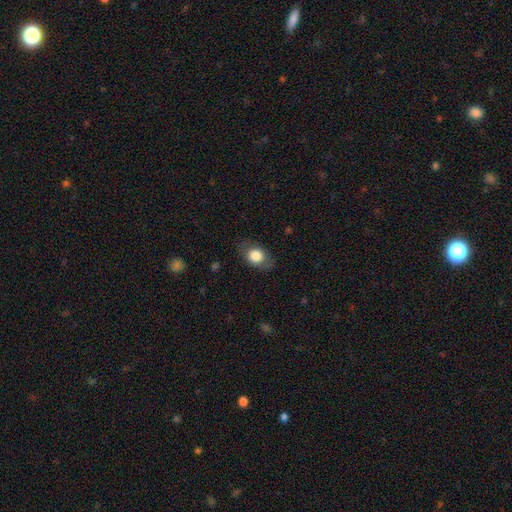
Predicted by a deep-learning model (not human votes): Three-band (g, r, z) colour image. It shows a smooth galaxy with no disk features (78%) that is in between round and cigar-shaped (67%). Merging: none (79%).